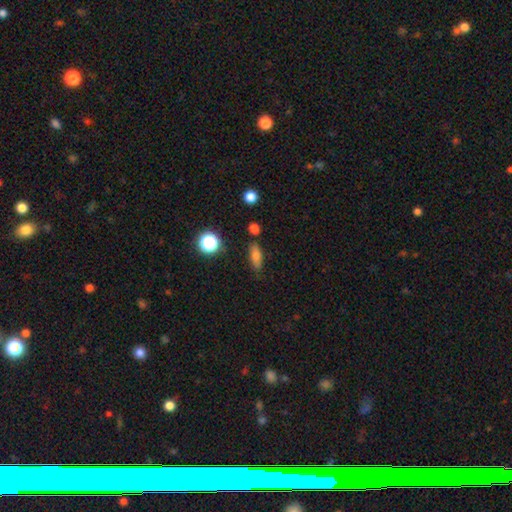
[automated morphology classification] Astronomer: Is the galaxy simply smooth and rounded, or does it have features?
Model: smooth — 74%.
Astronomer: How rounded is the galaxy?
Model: in between — 57% (runner-up: cigar-shaped, 34%).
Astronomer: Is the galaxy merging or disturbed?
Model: none — 79%.